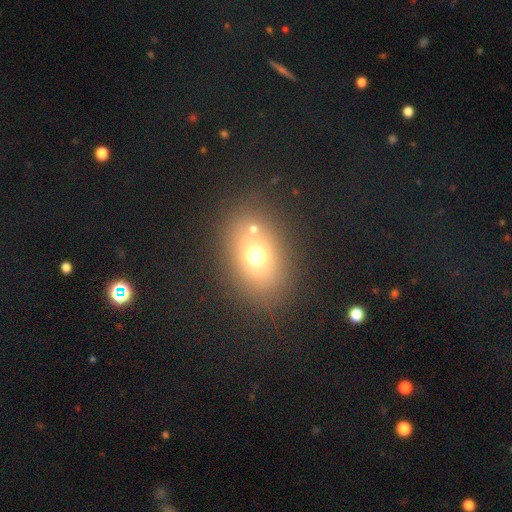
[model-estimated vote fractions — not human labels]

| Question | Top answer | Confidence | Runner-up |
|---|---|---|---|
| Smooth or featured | smooth | 65% | star or artifact (21%) |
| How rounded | in between | 57% | round (41%) |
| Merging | none | 76% | minor disturbance (10%) |